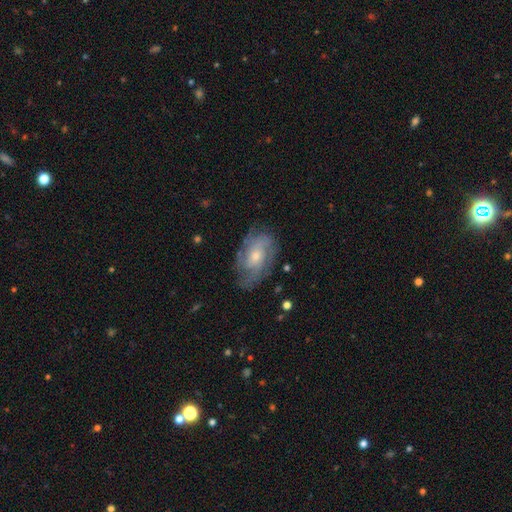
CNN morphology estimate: A featured or disk galaxy (74%) with no bar (71%), tight (50%) spiral arms (89%) and a small central bulge (52%).

Vote fractions:
- Smooth or featured? featured or disk: 74% / smooth: 19% / star or artifact: 7%
- Edge-on disk? no: 95% / yes: 5%
- Bar? no: 71% / weak: 25% / strong: 4%
- Spiral arms? yes: 89% / no: 11%
- Spiral winding? tight: 50% / medium: 37% / loose: 13%
- Spiral arm count? can't tell: 38% / 2: 24% / 3: 20% / 4: 9% / 1: 5% / more than 4: 4%
- Bulge size? small: 52% / moderate: 43% / large: 3% / none: 2% / dominant: 1%
- Merging? none: 71% / minor disturbance: 20% / major disturbance: 8% / merger: 1%